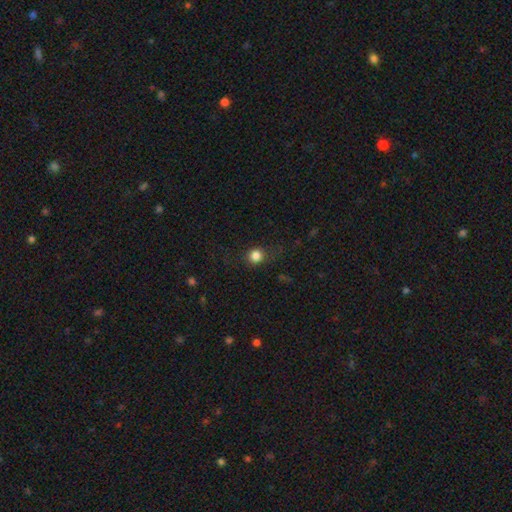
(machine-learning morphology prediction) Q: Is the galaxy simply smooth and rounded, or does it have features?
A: smooth — 82%.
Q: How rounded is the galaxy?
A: round — 87%.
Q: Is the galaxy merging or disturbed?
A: none — 77%.